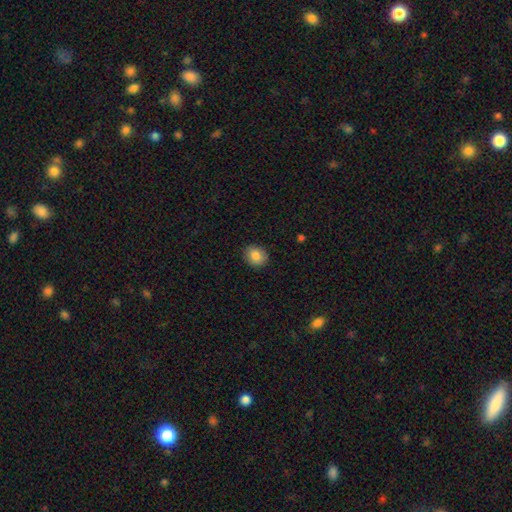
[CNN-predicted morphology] Q: Smooth or featured?
A: smooth (84%); runner-up: star or artifact (9%)
Q: How rounded?
A: round (68%); runner-up: in between (31%)
Q: Merging?
A: none (88%); runner-up: minor disturbance (9%)